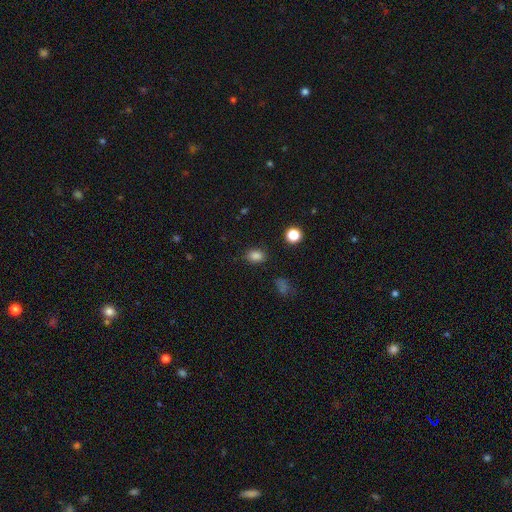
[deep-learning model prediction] Smooth or featured? Predicted: smooth (p=0.83). How rounded? Predicted: in between (p=0.64). Merging? Predicted: none (p=0.85).